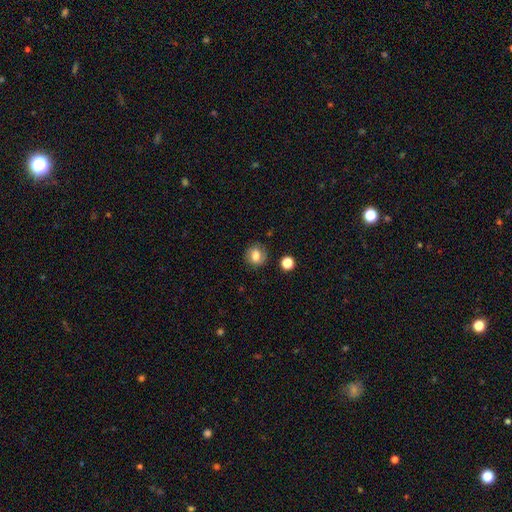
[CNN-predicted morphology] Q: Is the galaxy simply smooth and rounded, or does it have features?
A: smooth — 70%.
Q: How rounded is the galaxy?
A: round — 76%.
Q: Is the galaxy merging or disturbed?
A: none — 76%.